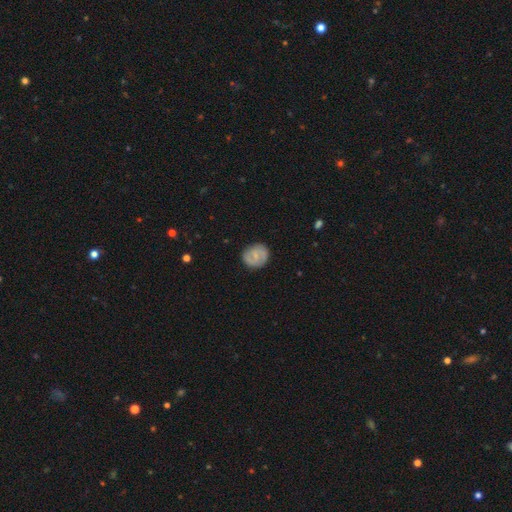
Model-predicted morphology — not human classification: This is possibly a smooth galaxy (48%). Merging: clearly none (86%).